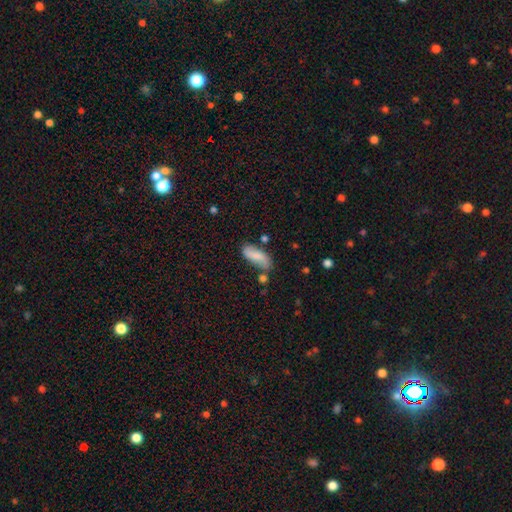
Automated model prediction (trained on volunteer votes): This is likely a smooth galaxy (66%). How rounded: likely in between (78%). Merging: likely none (63%).